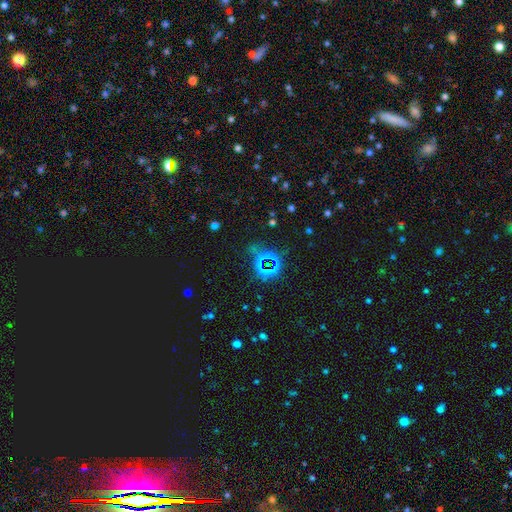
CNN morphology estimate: Smooth or featured: star or artifact — 69% (smooth — 17%)